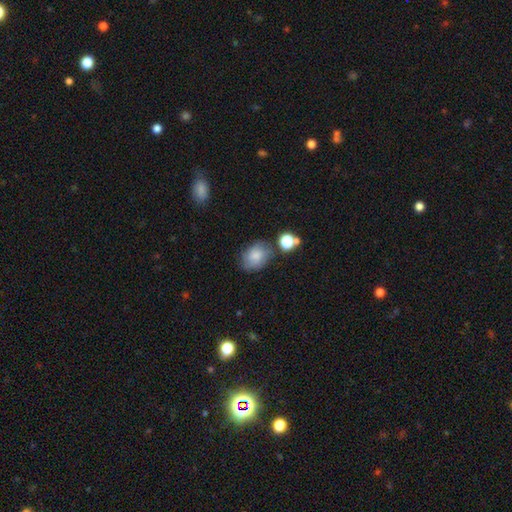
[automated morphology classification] smooth_or_featured: smooth (p=0.73) [alt: featured or disk p=0.16]
how_rounded: in between (p=0.65) [alt: round p=0.34]
merging: none (p=0.63) [alt: minor disturbance p=0.22]